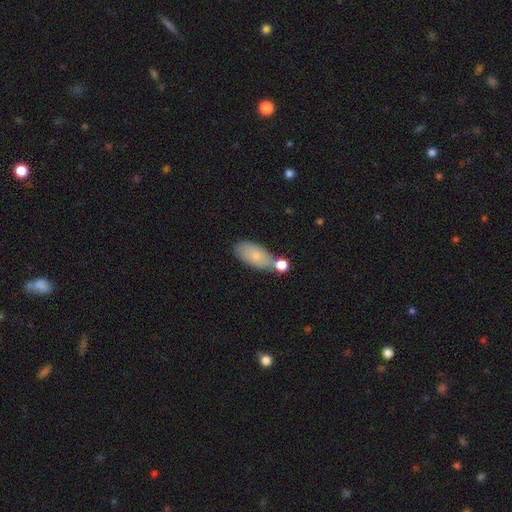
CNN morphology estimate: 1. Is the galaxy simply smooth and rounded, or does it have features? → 74% smooth, 18% featured or disk, 7% star or artifact.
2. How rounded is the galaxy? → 89% in between, 7% cigar-shaped, 5% round.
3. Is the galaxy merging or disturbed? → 60% none, 19% merger, 17% minor disturbance, 5% major disturbance.